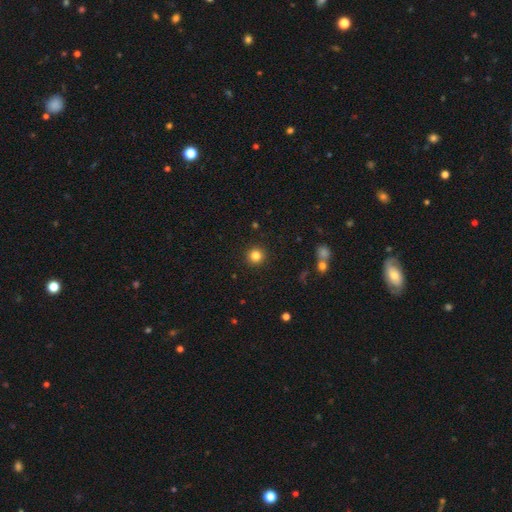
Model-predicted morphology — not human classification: This appears to be a smooth galaxy with no disk features (83%) that is round (95%). Merging: none (92%).